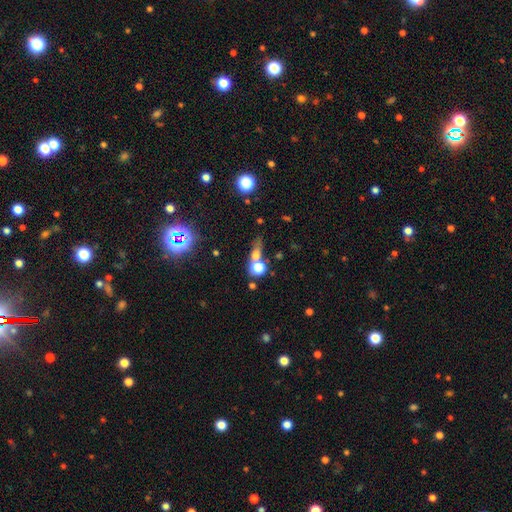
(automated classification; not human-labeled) A smooth galaxy with no disk features (58%) that is round (49%). Merging: none (46%).